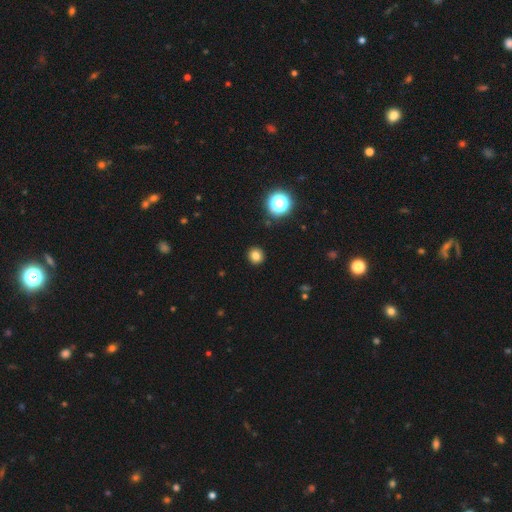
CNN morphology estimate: This is clearly a smooth galaxy (80%). How rounded: clearly round (87%). Merging: clearly none (92%).